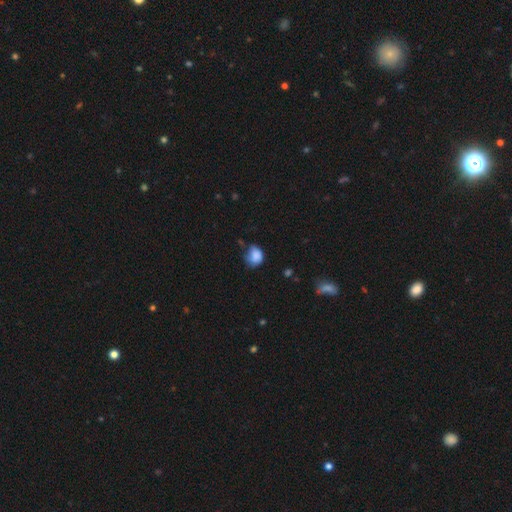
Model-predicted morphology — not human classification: The model was most divided on "merging" (2-way tie): none: 39%, minor disturbance: 39%, major disturbance: 18%, merger: 4%. More confident: smooth or featured — smooth (81%); how rounded — round (56%).